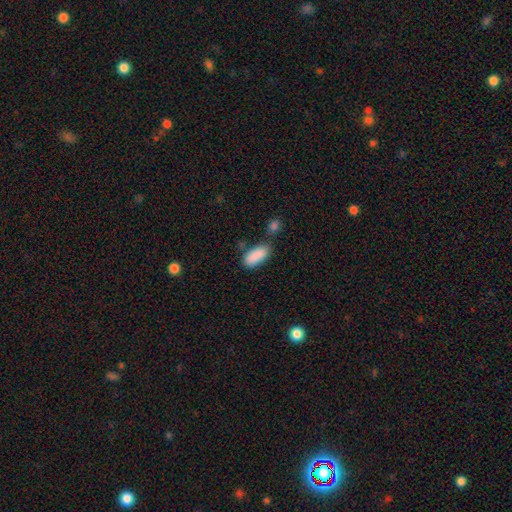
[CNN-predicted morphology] This is clearly a smooth galaxy (89%). How rounded: clearly in between (88%). Merging: likely none (68%).